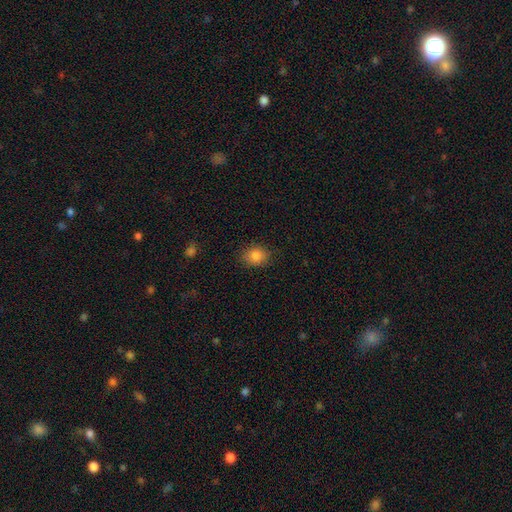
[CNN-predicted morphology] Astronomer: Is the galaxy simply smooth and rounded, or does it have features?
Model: smooth — 85%.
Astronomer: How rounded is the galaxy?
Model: in between — 50% (runner-up: round, 49%).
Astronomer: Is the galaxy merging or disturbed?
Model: none — 83%.